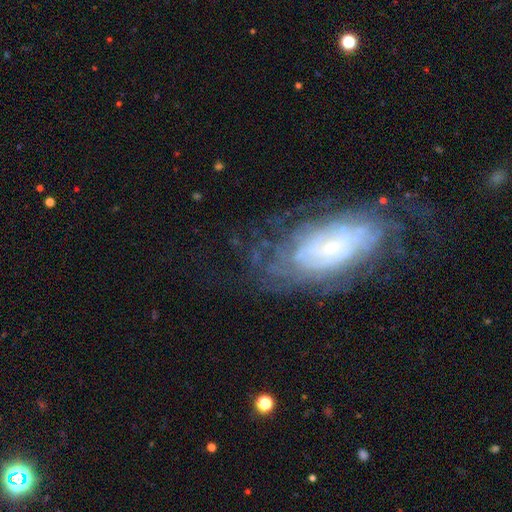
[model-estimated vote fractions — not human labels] The model was most divided on "bar": no: 64%, weak: 27%, strong: 9%. More confident: edge-on disk — no (91%); spiral arms — yes (88%); bulge size — small (77%); smooth or featured — featured or disk (77%); spiral winding — tight (74%); merging — none (70%); spiral arm count — can't tell (58%).